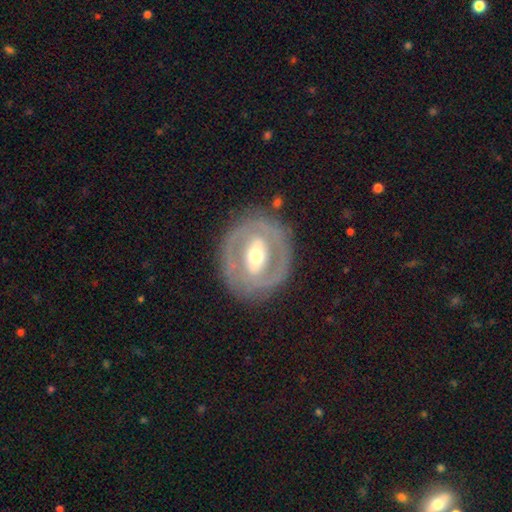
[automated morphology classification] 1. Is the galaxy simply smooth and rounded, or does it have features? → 74% featured or disk, 20% smooth, 6% star or artifact.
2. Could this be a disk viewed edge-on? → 95% no, 5% yes.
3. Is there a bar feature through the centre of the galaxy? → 38% strong, 35% weak, 27% no.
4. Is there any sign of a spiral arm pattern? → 55% no, 45% yes.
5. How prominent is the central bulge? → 66% moderate, 23% small, 9% large, 1% dominant, 1% none.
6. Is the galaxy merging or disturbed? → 79% none, 13% minor disturbance, 6% major disturbance, 1% merger.